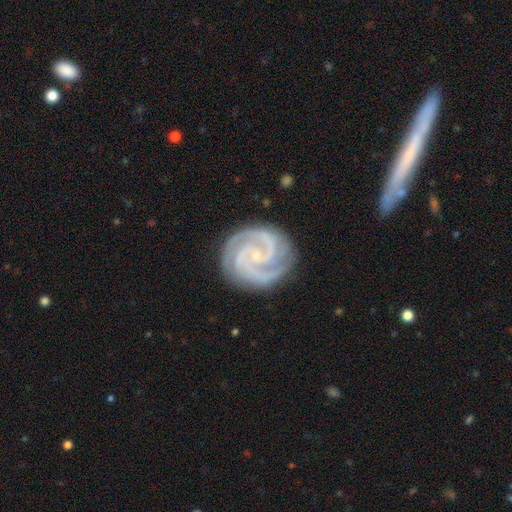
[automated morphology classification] Smooth or featured?
  - featured or disk: 93% *
  - star or artifact: 4%
  - smooth: 3%
Edge-on disk?
  - no: 98% *
  - yes: 2%
Bar?
  - no: 61% *
  - weak: 26%
  - strong: 13%
Spiral arms?
  - yes: 99% *
  - no: 1%
Spiral winding?
  - tight: 72% *
  - medium: 25%
  - loose: 2%
Spiral arm count?
  - 2: 57% *
  - 3: 26%
  - 4: 5%
  - can't tell: 5%
  - more than 4: 3%
  - 1: 3%
Bulge size?
  - small: 86% *
  - moderate: 8%
  - none: 3%
  - large: 1%
  - dominant: 1%
Merging?
  - none: 83% *
  - minor disturbance: 12%
  - major disturbance: 3%
  - merger: 1%